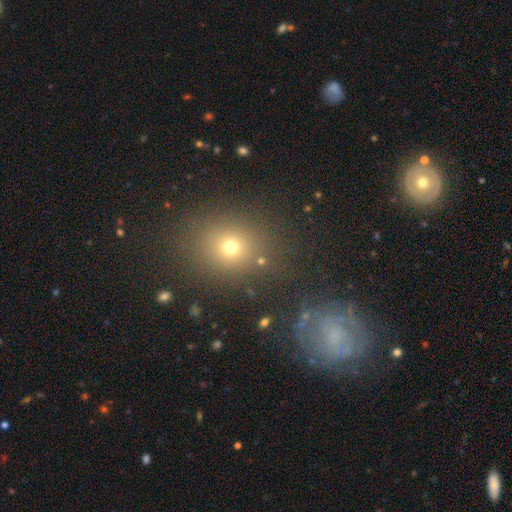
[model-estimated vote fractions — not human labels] Smooth or featured? Predicted: smooth (p=0.58). How rounded? Predicted: round (p=0.72). Merging? Predicted: none (p=0.84).